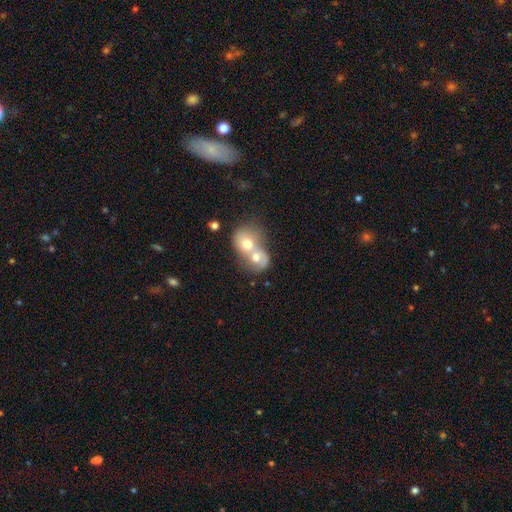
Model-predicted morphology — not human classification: A smooth galaxy with no disk features (53%) that is round (54%).

Vote fractions:
- Smooth or featured? smooth: 53% / featured or disk: 36% / star or artifact: 10%
- How rounded? round: 54% / in between: 44% / cigar-shaped: 1%
- Merging? merger: 80% / none: 12% / minor disturbance: 4% / major disturbance: 4%